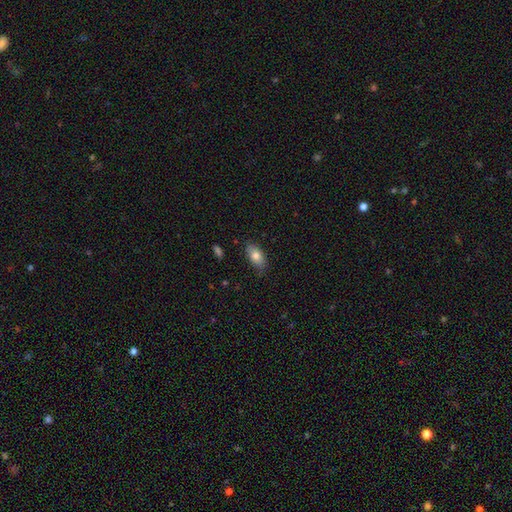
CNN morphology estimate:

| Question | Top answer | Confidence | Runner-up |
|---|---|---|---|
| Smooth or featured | smooth | 79% | featured or disk (14%) |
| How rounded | in between | 91% | cigar-shaped (5%) |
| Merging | none | 83% | minor disturbance (14%) |